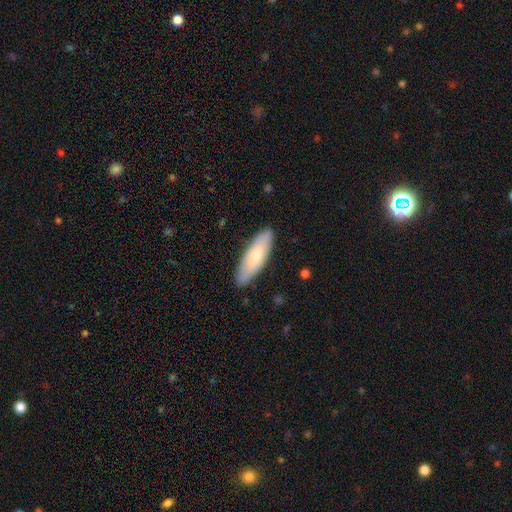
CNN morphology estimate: Q: Smooth or featured?
A: smooth (68%); runner-up: featured or disk (27%)
Q: How rounded?
A: in between (52%); runner-up: cigar-shaped (46%)
Q: Merging?
A: none (87%); runner-up: minor disturbance (10%)